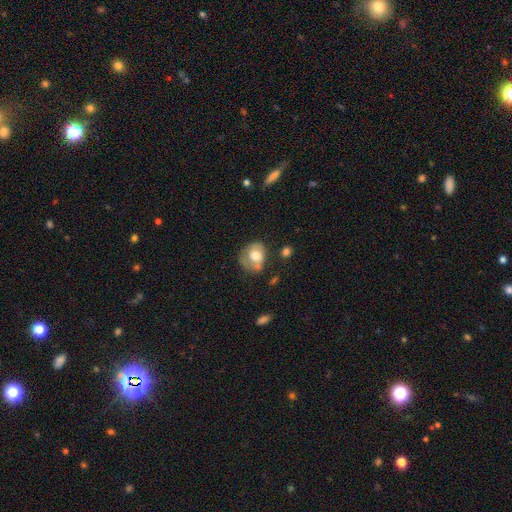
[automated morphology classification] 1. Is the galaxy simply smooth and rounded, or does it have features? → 62% smooth, 30% featured or disk, 8% star or artifact.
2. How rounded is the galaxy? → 63% round, 36% in between, 1% cigar-shaped.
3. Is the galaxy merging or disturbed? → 45% none, 29% minor disturbance, 17% major disturbance, 9% merger.